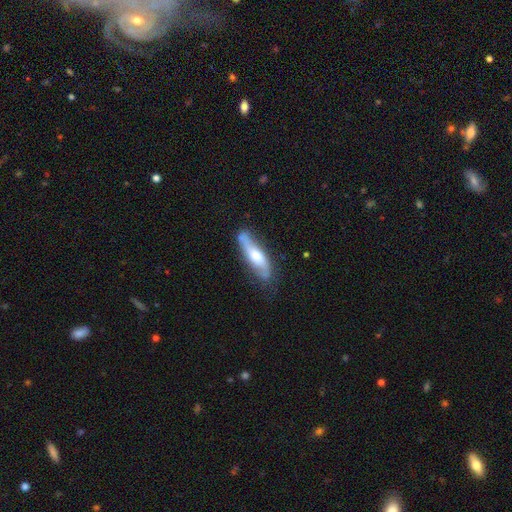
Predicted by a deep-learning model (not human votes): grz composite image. It shows a featured or disk galaxy (59%). Merging: none (66%).